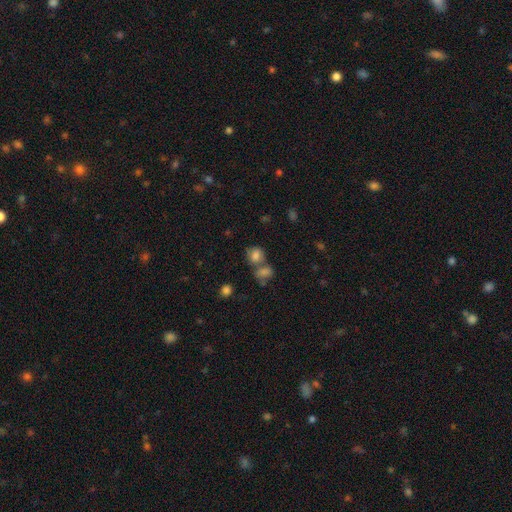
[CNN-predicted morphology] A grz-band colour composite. It shows a smooth galaxy with no disk features (77%) that is in between round and cigar-shaped (54%). Merging: merger (45%).